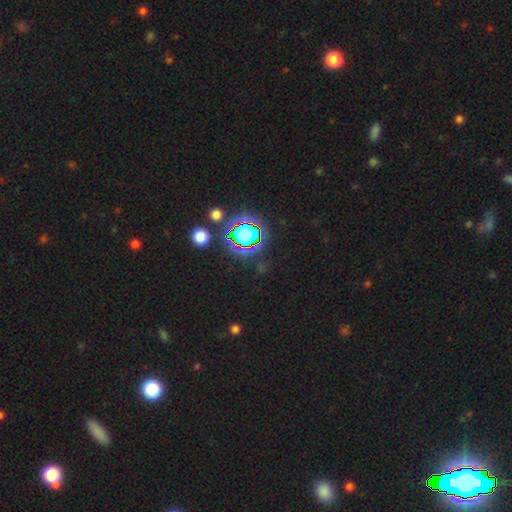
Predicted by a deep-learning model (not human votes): smooth_or_featured: star or artifact (p=0.81) [alt: smooth p=0.12]